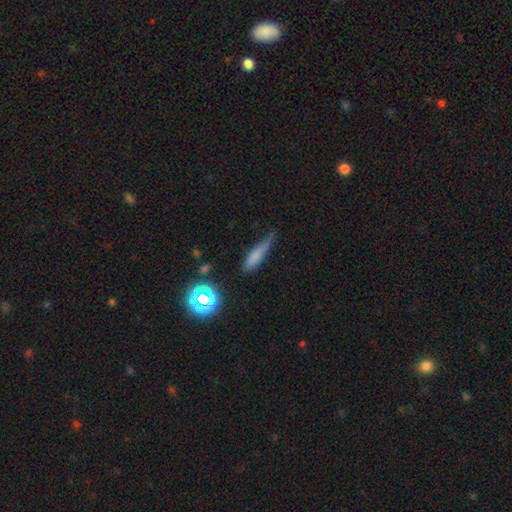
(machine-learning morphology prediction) Smooth or featured? smooth (69%)
How rounded? cigar-shaped (70%)
Merging? none (44%)